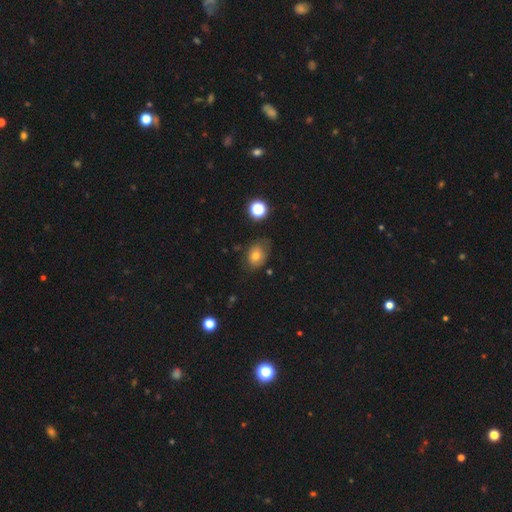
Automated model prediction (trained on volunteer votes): smooth 72%, featured or disk 15%, star or artifact 13%. Down the decision tree: how rounded — in between (66%); merging — none (62%).